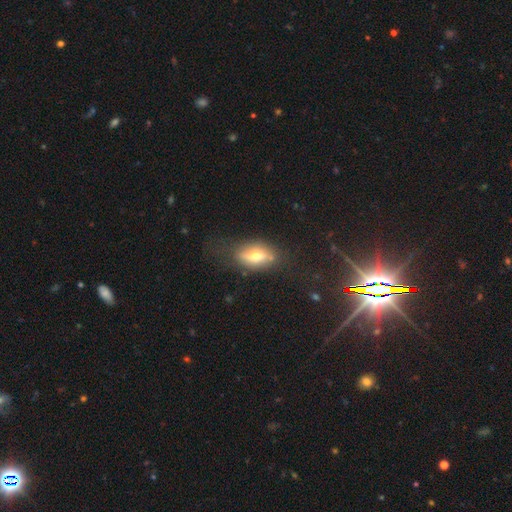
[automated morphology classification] type=smooth (50%); merging=none (63%).